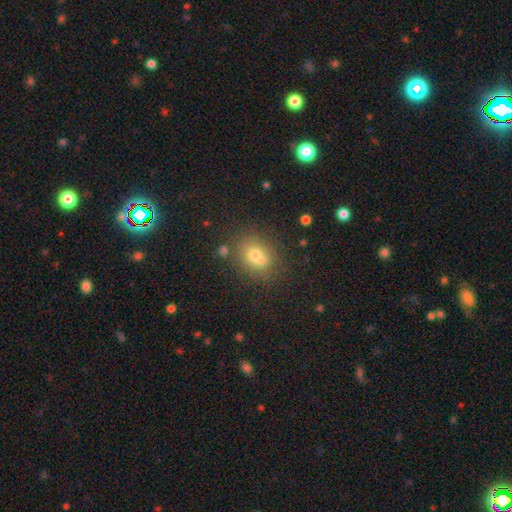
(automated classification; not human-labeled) Smooth or featured? Predicted: smooth (p=0.67). How rounded? Predicted: round (p=0.54). Merging? Predicted: none (p=0.53).